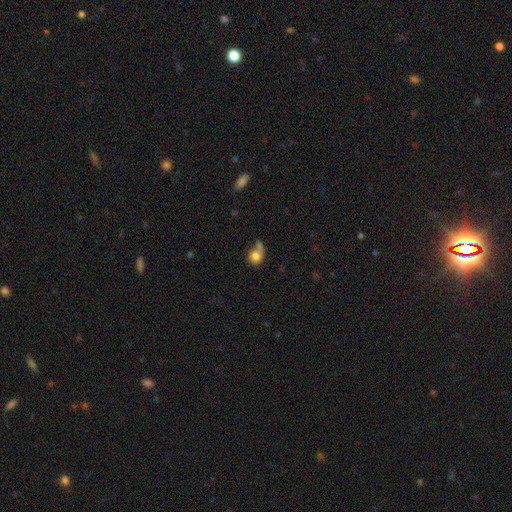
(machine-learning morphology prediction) Smooth or featured: smooth — 77% (featured or disk — 13%)
How rounded: round — 67% (in between — 32%)
Merging: none — 34% (merger — 30%)